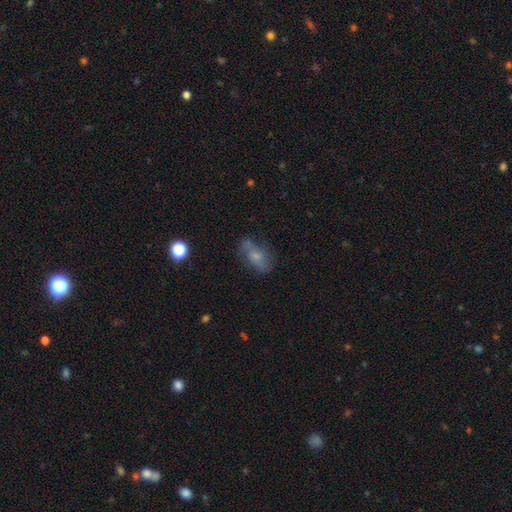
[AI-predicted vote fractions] A smooth galaxy with no disk features (57%) that is in between round and cigar-shaped (83%). Merging: none (57%).